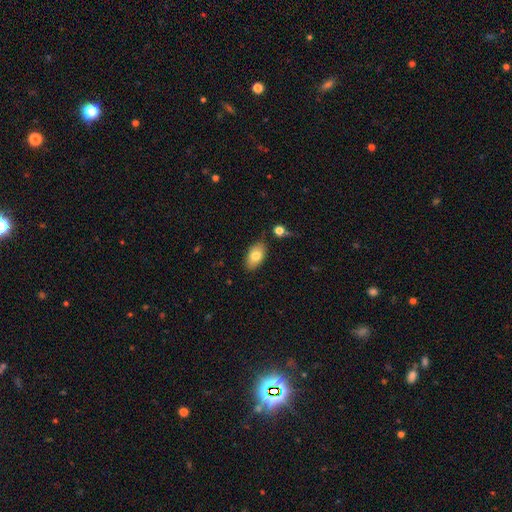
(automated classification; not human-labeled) Smooth or featured?
  - smooth: 79% *
  - featured or disk: 14%
  - star or artifact: 8%
How rounded?
  - in between: 92% *
  - round: 6%
  - cigar-shaped: 2%
Merging?
  - none: 82% *
  - minor disturbance: 13%
  - merger: 3%
  - major disturbance: 3%